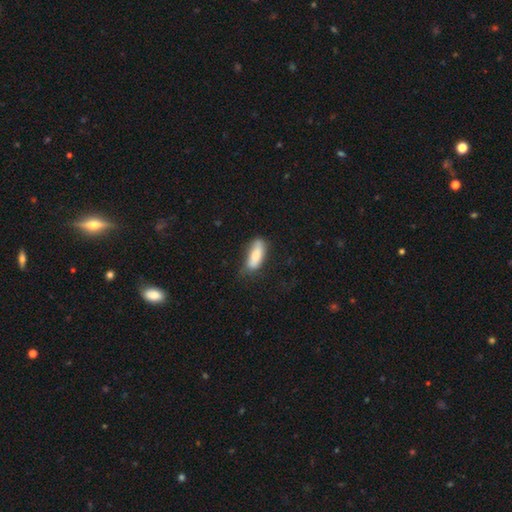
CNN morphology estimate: type=smooth (78%); roundness=in between (64%); merging=none (59%).